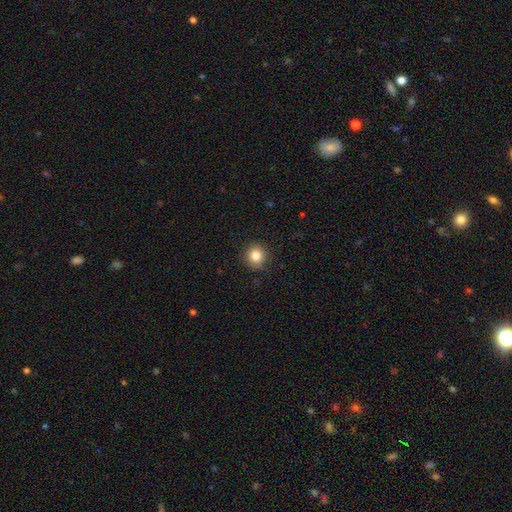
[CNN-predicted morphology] Q: Smooth or featured?
A: smooth (84%); runner-up: star or artifact (10%)
Q: How rounded?
A: round (92%); runner-up: in between (7%)
Q: Merging?
A: none (90%); runner-up: minor disturbance (7%)